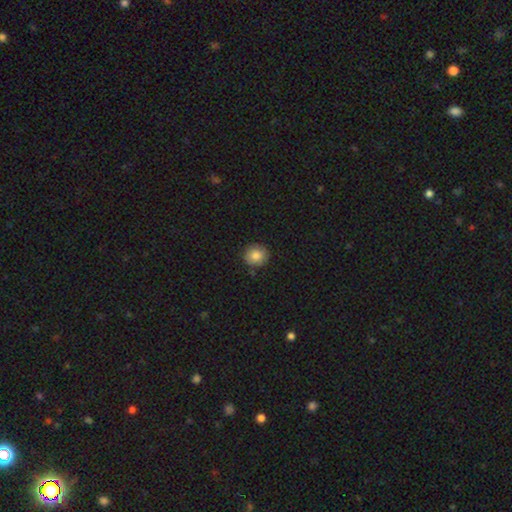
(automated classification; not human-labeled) smooth_or_featured: smooth (p=0.84) [alt: star or artifact p=0.09]
how_rounded: round (p=0.91) [alt: in between p=0.09]
merging: none (p=0.87) [alt: minor disturbance p=0.09]